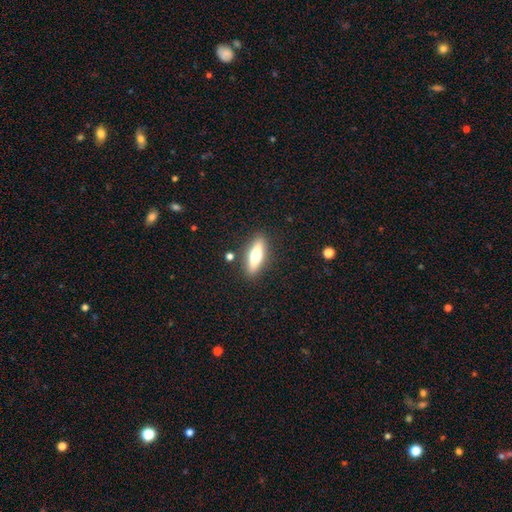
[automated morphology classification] type=smooth (56%); roundness=cigar-shaped (56%); merging=none (87%).